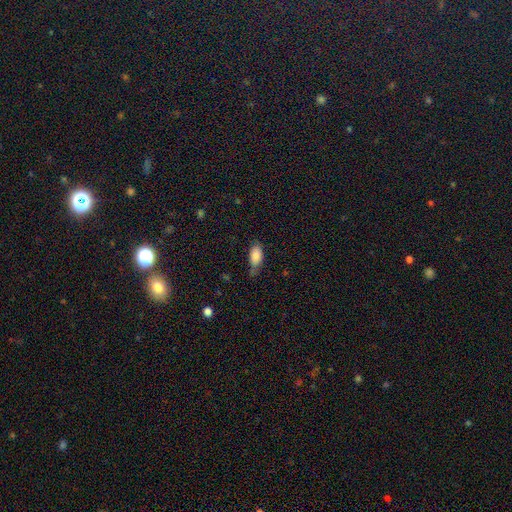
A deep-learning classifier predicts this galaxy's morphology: This appears to be a smooth galaxy with no disk features (86%) that is in between round and cigar-shaped (91%). Merging: none (56%).